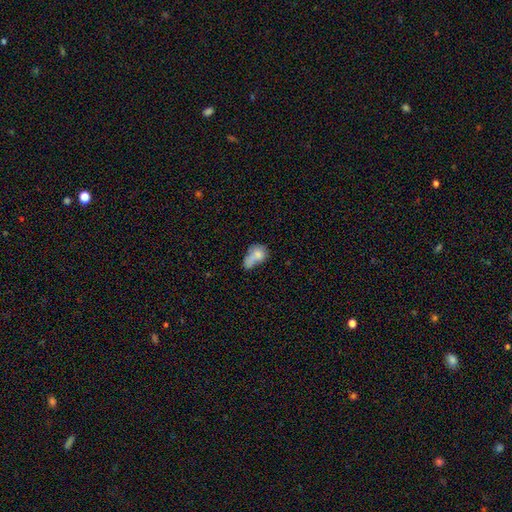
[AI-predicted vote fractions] Smooth or featured? Predicted: smooth (p=0.72). How rounded? Predicted: in between (p=0.71). Merging? Predicted: merger (p=0.43).